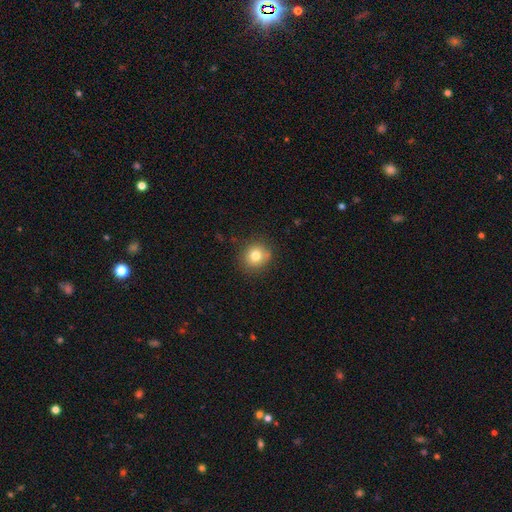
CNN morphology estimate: Smooth or featured? Predicted: smooth (p=0.78). How rounded? Predicted: round (p=0.85). Merging? Predicted: none (p=0.84).